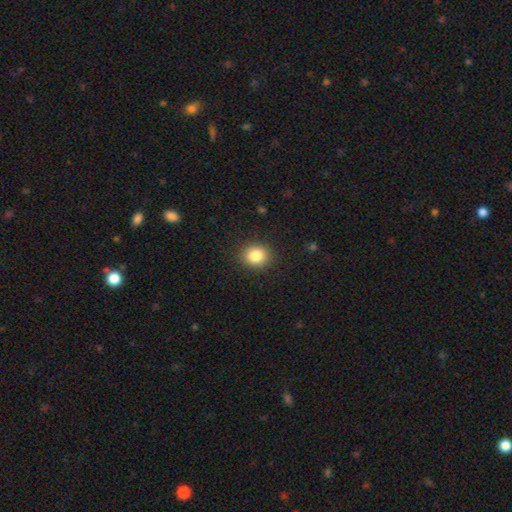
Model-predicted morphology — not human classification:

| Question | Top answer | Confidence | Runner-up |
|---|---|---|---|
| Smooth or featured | smooth | 84% | star or artifact (10%) |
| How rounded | round | 78% | in between (21%) |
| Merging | none | 89% | minor disturbance (7%) |